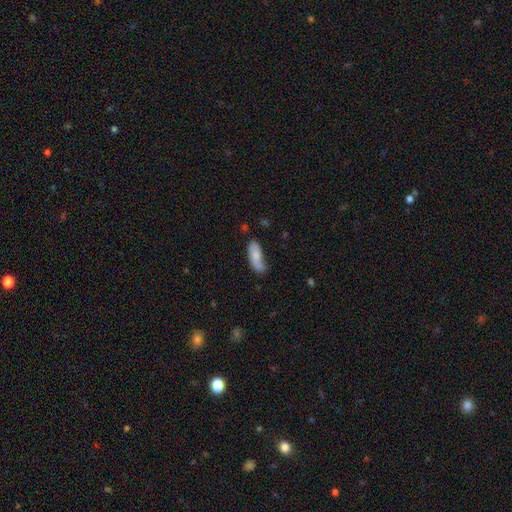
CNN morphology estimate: A smooth galaxy with no disk features (76%) that is in between round and cigar-shaped (74%). Merging: none (53%).